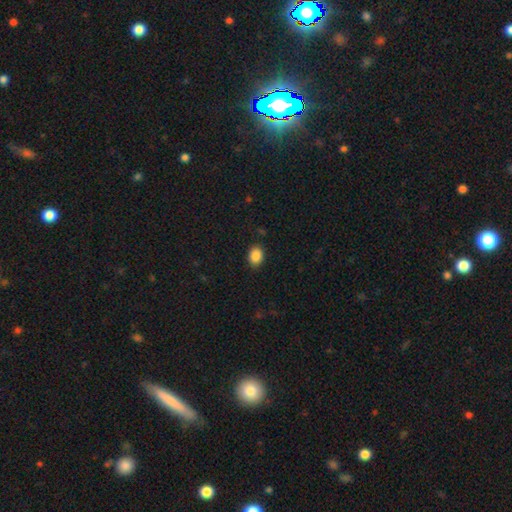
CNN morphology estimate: smooth_or_featured: smooth (p=0.87) [alt: star or artifact p=0.09]
how_rounded: in between (p=0.64) [alt: round p=0.35]
merging: none (p=0.87) [alt: minor disturbance p=0.09]